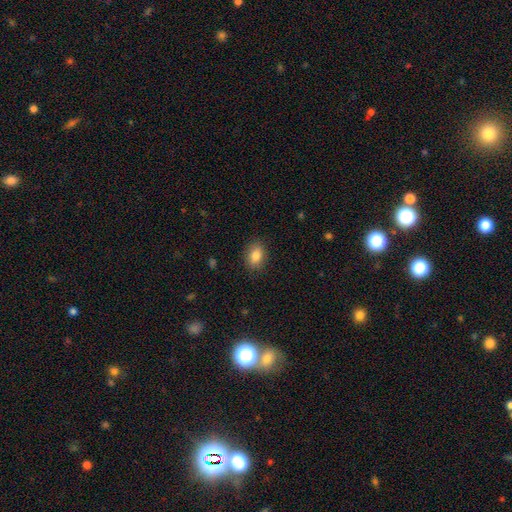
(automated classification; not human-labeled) smooth 84%, star or artifact 9%, featured or disk 7%. Down the decision tree: how rounded — in between (77%); merging — none (86%).